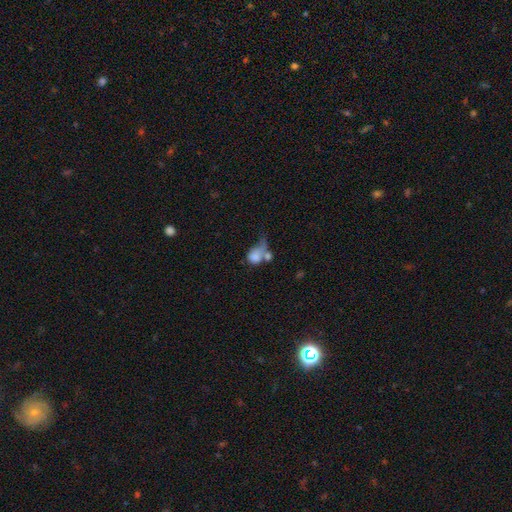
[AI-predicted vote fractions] A smooth galaxy with no disk features (70%) that is in between round and cigar-shaped (51%).

Vote fractions:
- Smooth or featured? smooth: 70% / featured or disk: 20% / star or artifact: 10%
- How rounded? in between: 51% / round: 47% / cigar-shaped: 2%
- Merging? merger: 41% / major disturbance: 29% / none: 16% / minor disturbance: 13%